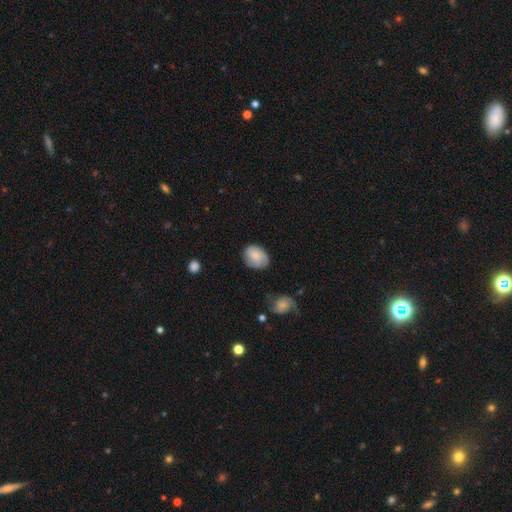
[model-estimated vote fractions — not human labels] This appears to be a smooth galaxy with no disk features (71%) that is in between round and cigar-shaped (62%). Merging: none (68%).